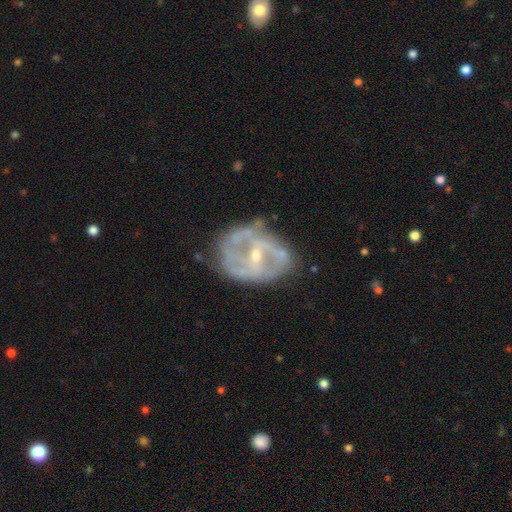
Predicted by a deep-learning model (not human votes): The model was most divided on "spiral winding": medium: 42%, tight: 32%, loose: 26%. Remaining: edge-on disk — no (97%); smooth or featured — featured or disk (80%); spiral arms — yes (65%); bulge size — small (59%); merging — none (55%); spiral arm count — 2 (48%); bar — weak (45%).